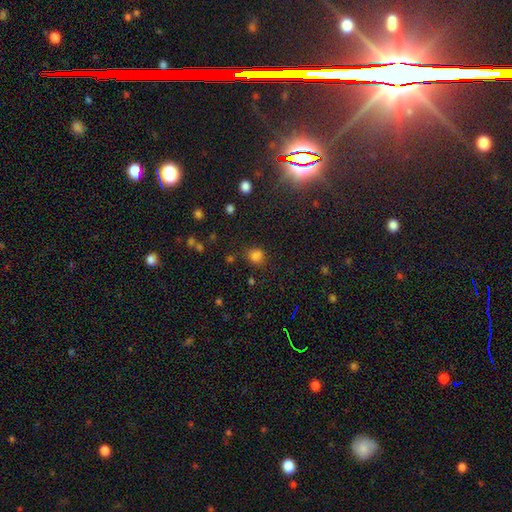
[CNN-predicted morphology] This appears to be a smooth galaxy with no disk features (75%) that is round (68%). Merging: none (65%).